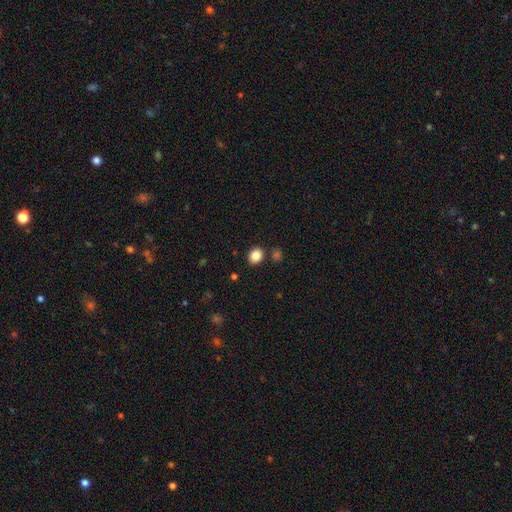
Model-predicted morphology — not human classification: Smooth or featured? smooth (84%)
How rounded? round (72%)
Merging? none (85%)